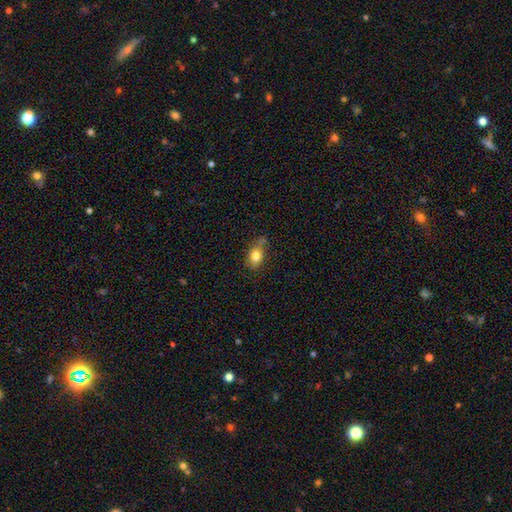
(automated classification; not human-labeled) Smooth or featured: smooth — 81% (featured or disk — 10%)
How rounded: in between — 79% (round — 18%)
Merging: none — 58% (minor disturbance — 28%)